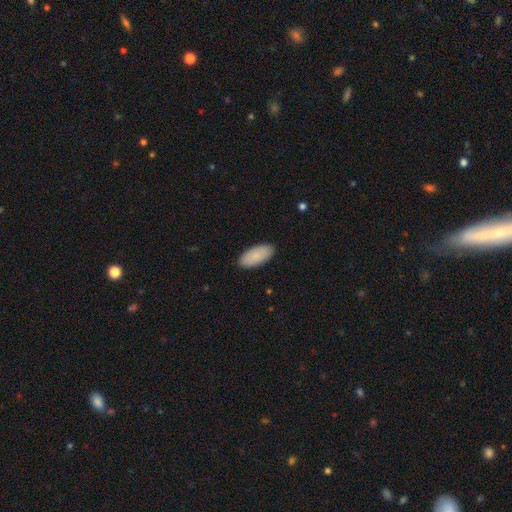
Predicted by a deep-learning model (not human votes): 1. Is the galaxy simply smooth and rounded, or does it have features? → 88% smooth, 6% featured or disk, 6% star or artifact.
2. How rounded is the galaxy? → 93% in between, 5% cigar-shaped, 2% round.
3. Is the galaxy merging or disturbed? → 89% none, 8% minor disturbance, 2% major disturbance, 1% merger.